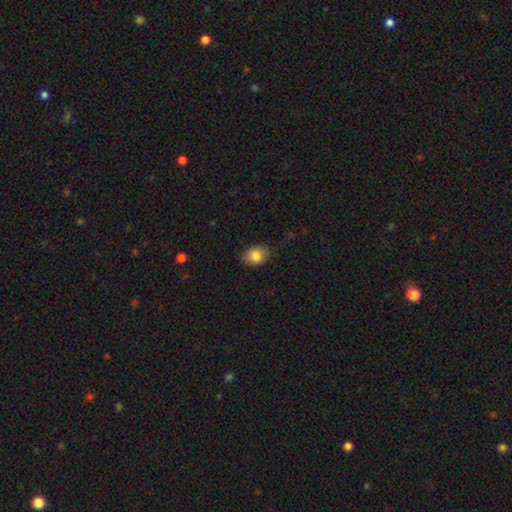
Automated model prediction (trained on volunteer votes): Smooth or featured? smooth (85%)
How rounded? in between (63%)
Merging? none (80%)